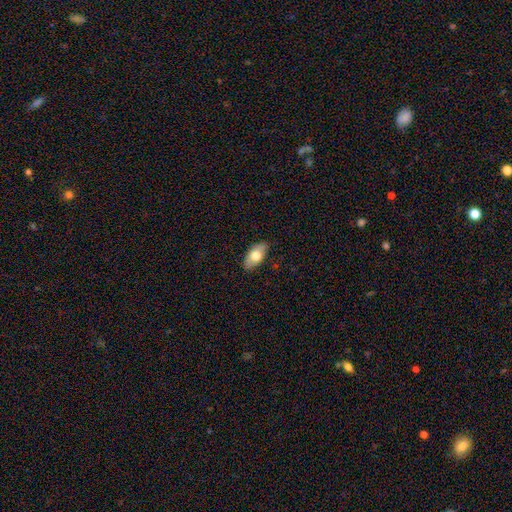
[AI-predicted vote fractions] Overall: smooth (66%; featured or disk 28%). How rounded: in between (91%). Merging: none (84%).